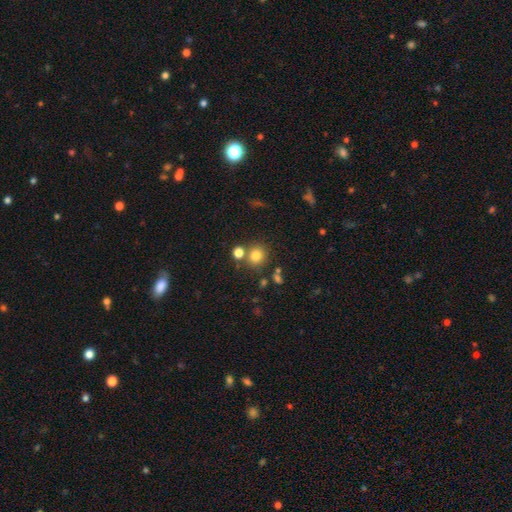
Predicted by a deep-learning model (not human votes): This appears to be a smooth galaxy with no disk features (79%) that is round (83%). Merging: none (72%).